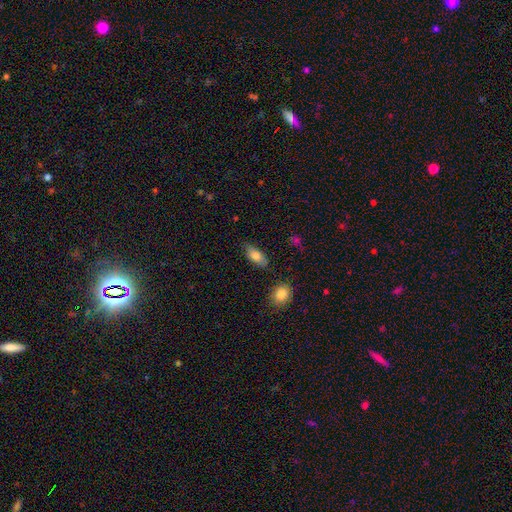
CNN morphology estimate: Smooth or featured?
  - smooth: 80% *
  - featured or disk: 12%
  - star or artifact: 7%
How rounded?
  - in between: 85% *
  - cigar-shaped: 11%
  - round: 3%
Merging?
  - none: 80% *
  - minor disturbance: 14%
  - merger: 3%
  - major disturbance: 3%